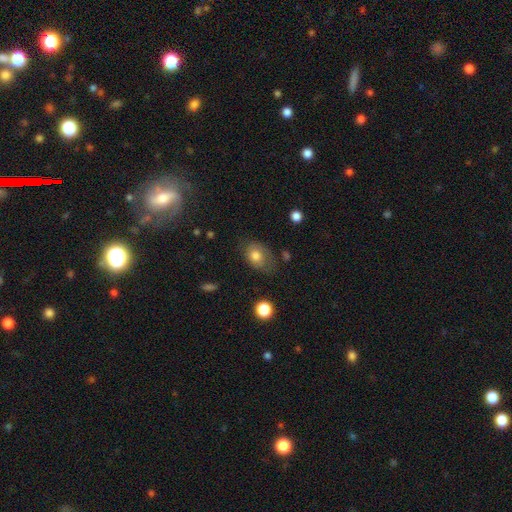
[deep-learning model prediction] Smooth or featured: smooth — 70% (featured or disk — 20%)
How rounded: in between — 73% (round — 26%)
Merging: none — 54% (minor disturbance — 28%)